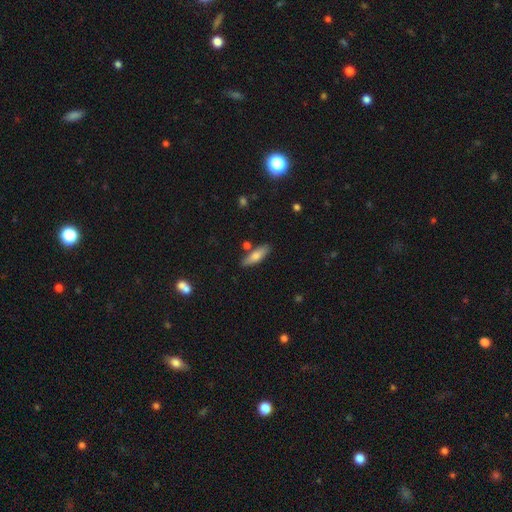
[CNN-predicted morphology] Overall: smooth (72%). How rounded: cigar-shaped (51%; in between 47%). Merging: none (80%).